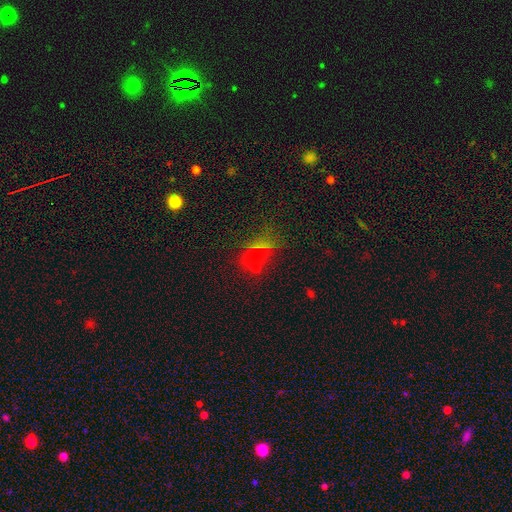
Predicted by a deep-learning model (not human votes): A smooth galaxy with no disk features (49%).

Vote fractions:
- Smooth or featured? smooth: 49% / star or artifact: 36% / featured or disk: 15%
- Merging? none: 59% / merger: 20% / minor disturbance: 12% / major disturbance: 8%